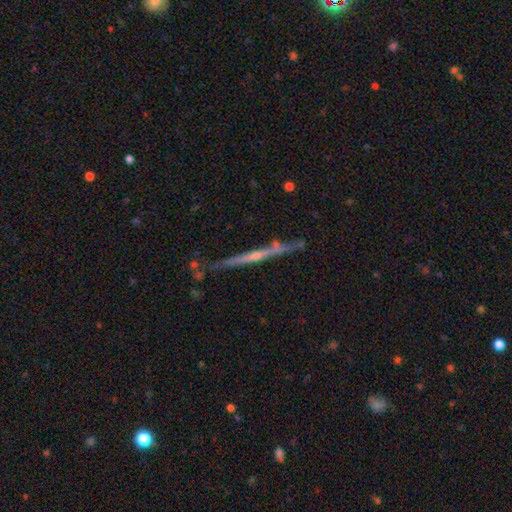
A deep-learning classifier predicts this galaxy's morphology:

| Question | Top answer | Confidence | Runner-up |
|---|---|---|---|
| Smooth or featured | featured or disk | 73% | smooth (21%) |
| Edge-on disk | yes | 96% | no (4%) |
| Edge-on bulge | none | 47% | tied: rounded (47%) |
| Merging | none | 74% | minor disturbance (18%) |